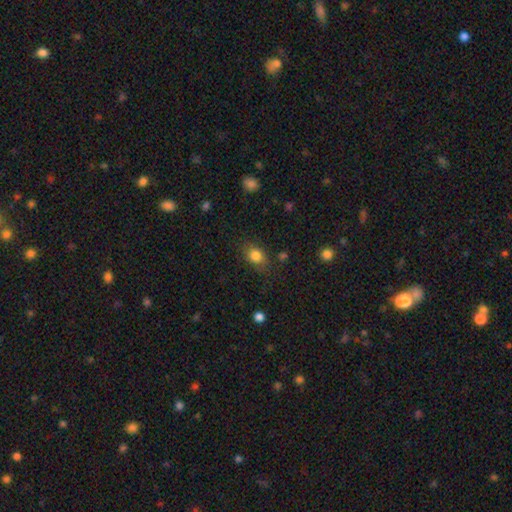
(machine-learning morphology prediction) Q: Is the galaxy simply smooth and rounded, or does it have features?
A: smooth — 83%.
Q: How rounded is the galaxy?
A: in between — 58%.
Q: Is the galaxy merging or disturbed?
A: none — 77%.